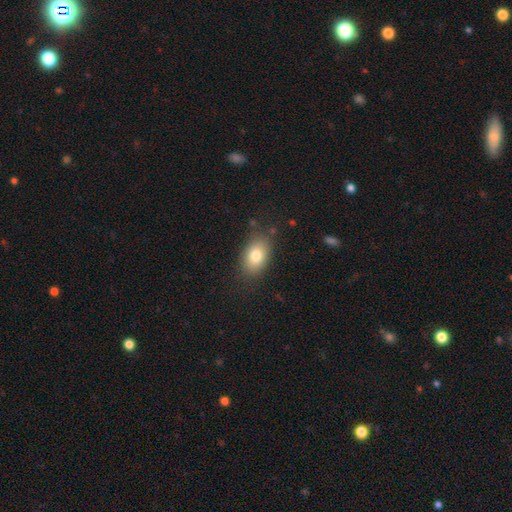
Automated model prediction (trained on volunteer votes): Smooth or featured? Predicted: smooth (p=0.80). How rounded? Predicted: in between (p=0.86). Merging? Predicted: none (p=0.82).